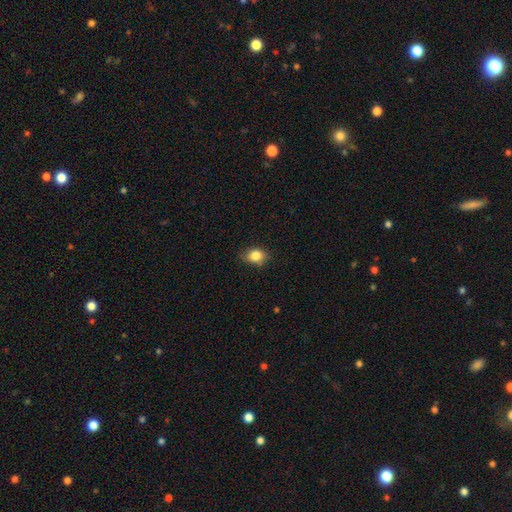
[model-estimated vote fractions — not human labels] Smooth or featured: smooth — 84% (star or artifact — 9%)
How rounded: in between — 61% (round — 38%)
Merging: none — 80% (minor disturbance — 16%)